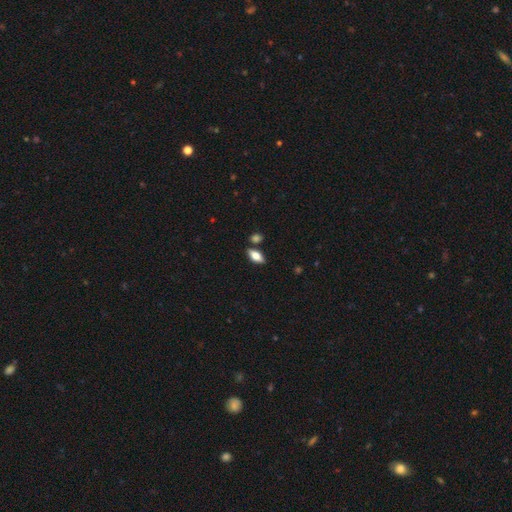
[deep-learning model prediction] smooth 72%, featured or disk 21%, star or artifact 7%. Down the decision tree: how rounded — in between (86%); merging — none (81%).